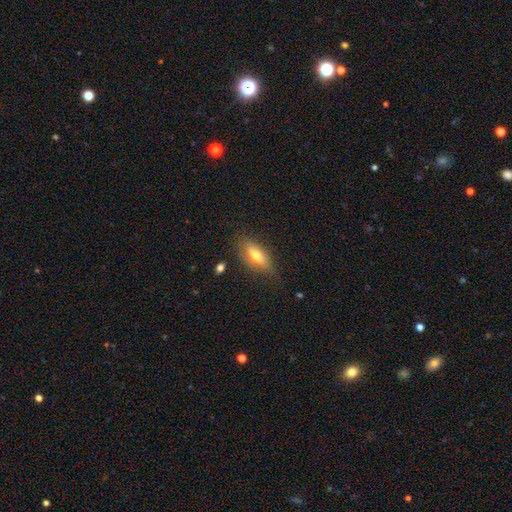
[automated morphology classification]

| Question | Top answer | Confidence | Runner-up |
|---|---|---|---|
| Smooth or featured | smooth | 61% | featured or disk (31%) |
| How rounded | in between | 68% | cigar-shaped (29%) |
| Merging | none | 78% | minor disturbance (16%) |